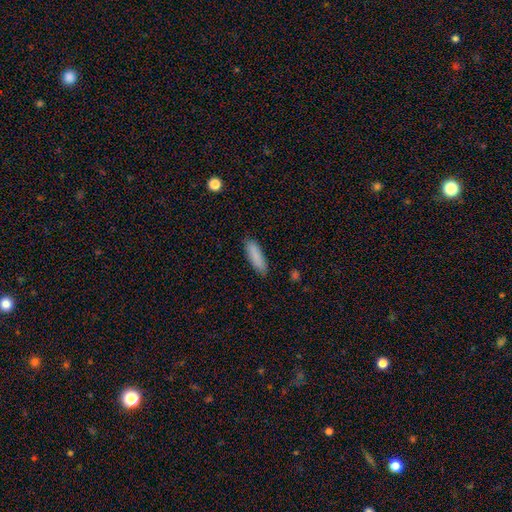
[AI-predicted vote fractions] Smooth or featured: smooth — 88% (star or artifact — 6%)
How rounded: cigar-shaped — 54% (in between — 45%)
Merging: none — 86% (minor disturbance — 11%)